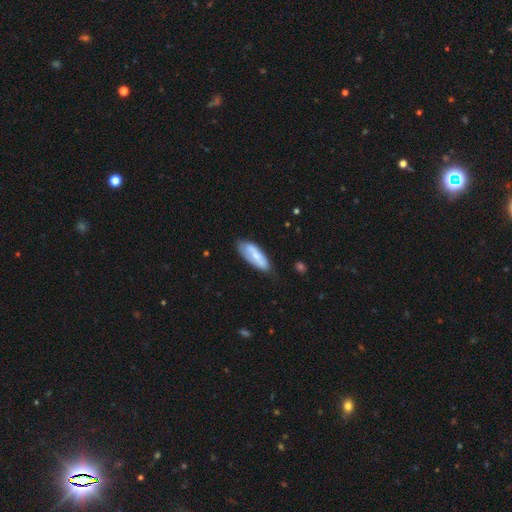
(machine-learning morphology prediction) type=smooth (59%); roundness=in between (69%); merging=none (68%).